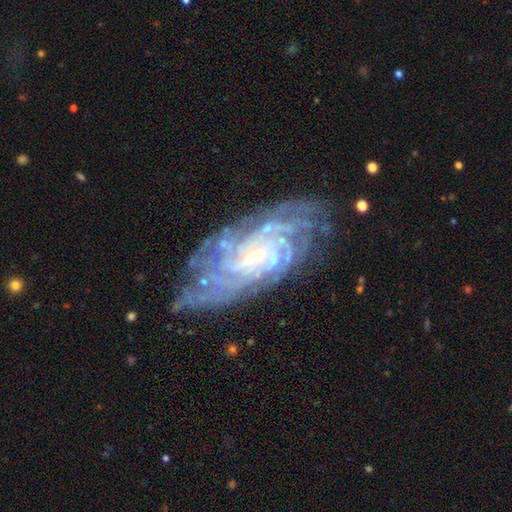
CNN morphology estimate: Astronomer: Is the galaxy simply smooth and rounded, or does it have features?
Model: featured or disk — 88%.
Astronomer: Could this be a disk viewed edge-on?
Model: no — 95%.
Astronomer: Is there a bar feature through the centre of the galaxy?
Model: no — 49% (runner-up: weak, 38%).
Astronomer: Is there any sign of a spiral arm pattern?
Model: yes — 98%.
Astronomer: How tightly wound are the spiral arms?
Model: tight — 78%.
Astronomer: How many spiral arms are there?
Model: can't tell — 28% (runner-up: more than 4, 27%).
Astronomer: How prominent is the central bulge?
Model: small — 75%.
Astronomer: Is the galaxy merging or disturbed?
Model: none — 76%.